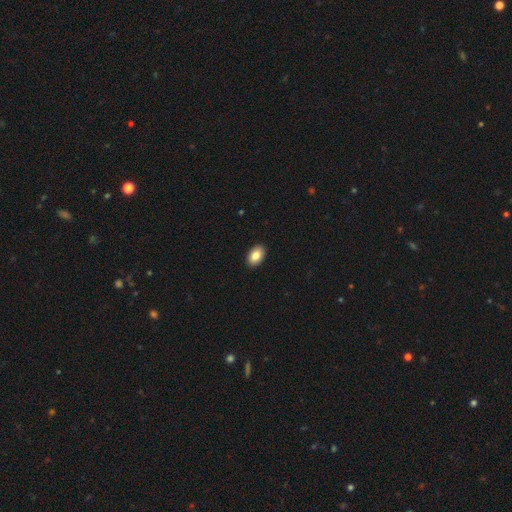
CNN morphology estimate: A smooth galaxy with no disk features (86%) that is in between round and cigar-shaped (91%).

Vote fractions:
- Smooth or featured? smooth: 86% / star or artifact: 7% / featured or disk: 7%
- How rounded? in between: 91% / round: 8% / cigar-shaped: 1%
- Merging? none: 91% / minor disturbance: 6% / major disturbance: 2% / merger: 1%